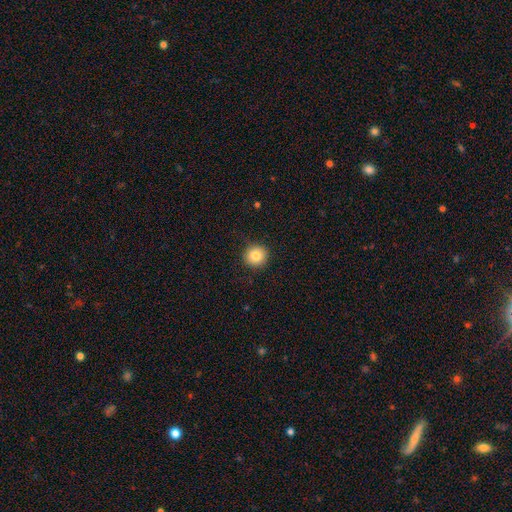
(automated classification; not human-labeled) Morphology: type=smooth (82%); roundness=round (93%); merging=none (89%).